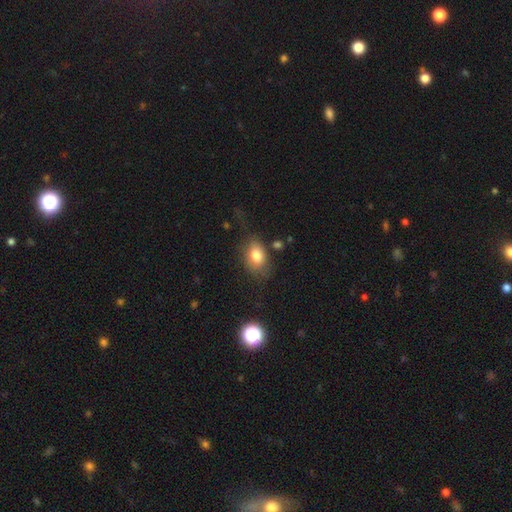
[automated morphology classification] A smooth galaxy with no disk features (78%) that is in between round and cigar-shaped (78%).

Vote fractions:
- Smooth or featured? smooth: 78% / featured or disk: 12% / star or artifact: 10%
- How rounded? in between: 78% / round: 20% / cigar-shaped: 1%
- Merging? none: 62% / minor disturbance: 22% / major disturbance: 12% / merger: 4%